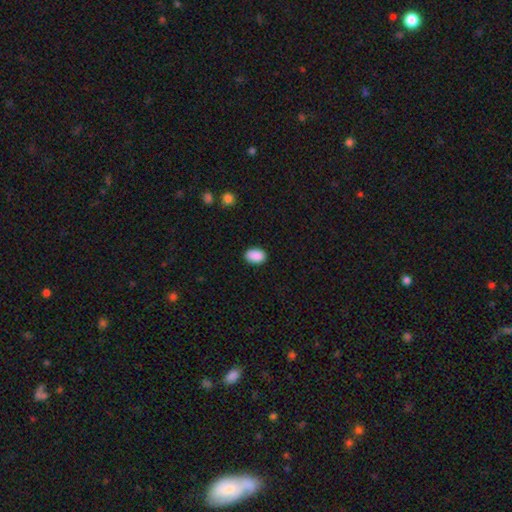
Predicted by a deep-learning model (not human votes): Q: Smooth or featured?
A: smooth (89%); runner-up: star or artifact (7%)
Q: How rounded?
A: in between (84%); runner-up: round (15%)
Q: Merging?
A: none (86%); runner-up: minor disturbance (11%)